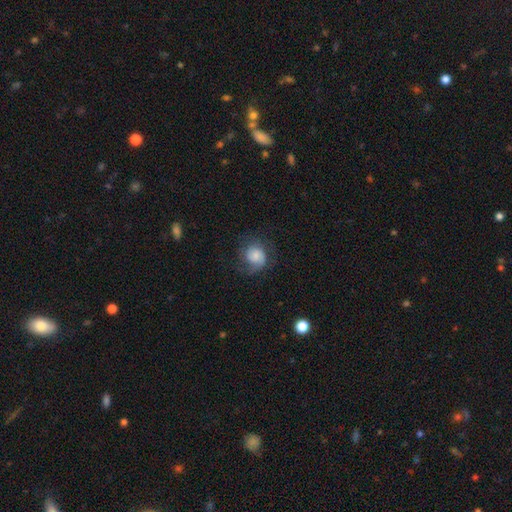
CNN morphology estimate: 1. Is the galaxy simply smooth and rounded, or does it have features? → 49% featured or disk, 43% smooth, 8% star or artifact.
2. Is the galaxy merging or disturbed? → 57% none, 22% minor disturbance, 20% major disturbance, 1% merger.